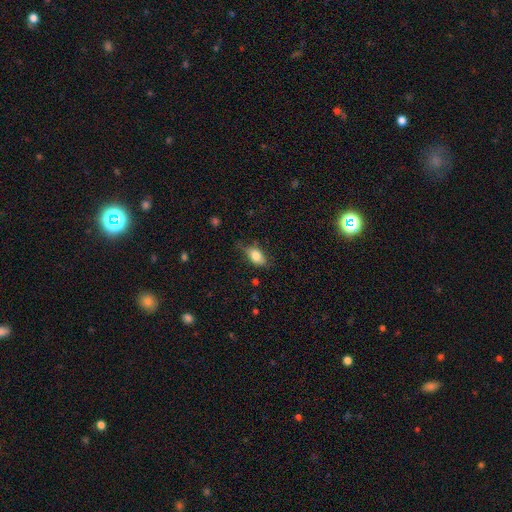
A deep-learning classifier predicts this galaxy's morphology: This appears to be a smooth galaxy with no disk features (77%) that is in between round and cigar-shaped (86%). Merging: none (63%).